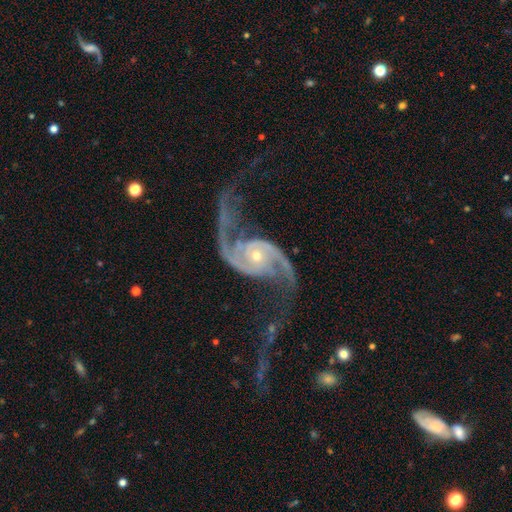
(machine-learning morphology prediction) A featured or disk galaxy (93%) with no bar (64%), 2 (94%) loose (62%) spiral arms (98%) and a small central bulge (61%). Merging: none (59%).